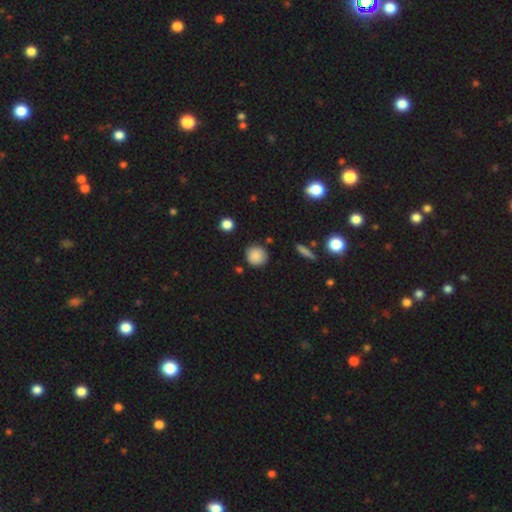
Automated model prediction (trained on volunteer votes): smooth-or-featured: smooth: 86% | star or artifact: 10% | featured or disk: 4%
  how-rounded: round: 91% | in between: 8% | cigar-shaped: 1%
  merging: none: 85% | minor disturbance: 10% | major disturbance: 3% | merger: 2%